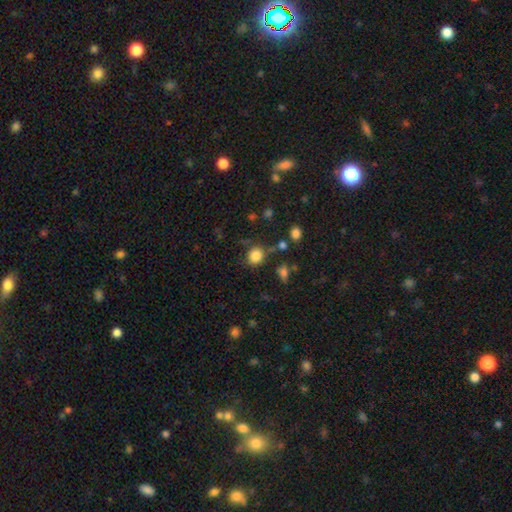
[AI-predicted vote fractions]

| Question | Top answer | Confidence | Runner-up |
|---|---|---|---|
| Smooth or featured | smooth | 83% | star or artifact (11%) |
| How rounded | round | 82% | in between (17%) |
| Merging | none | 75% | minor disturbance (14%) |